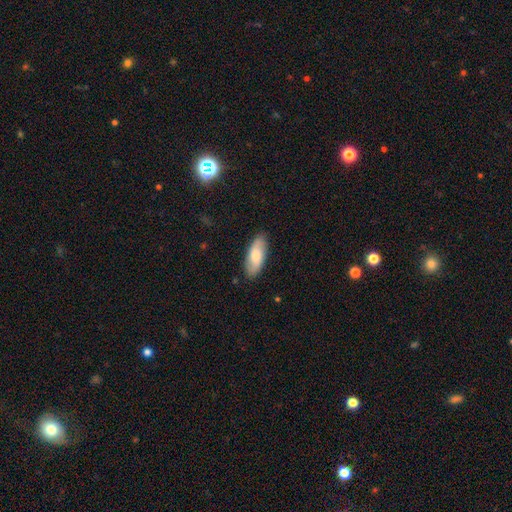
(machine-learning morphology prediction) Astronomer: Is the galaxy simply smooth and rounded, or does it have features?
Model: smooth — 71%.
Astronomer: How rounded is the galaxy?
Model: in between — 81%.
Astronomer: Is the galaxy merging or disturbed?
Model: none — 86%.